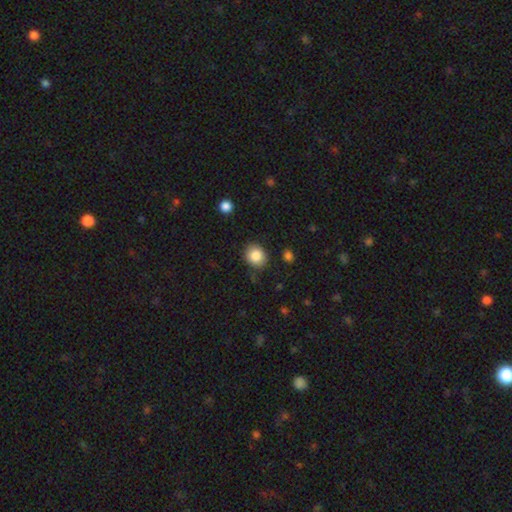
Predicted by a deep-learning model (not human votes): Q: Smooth or featured?
A: smooth (84%); runner-up: star or artifact (9%)
Q: How rounded?
A: round (69%); runner-up: in between (30%)
Q: Merging?
A: none (85%); runner-up: minor disturbance (10%)